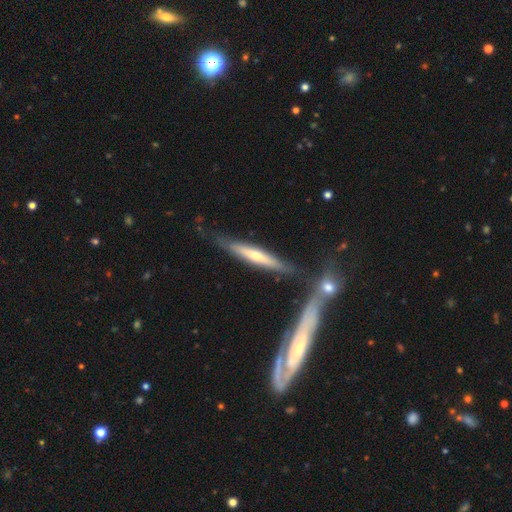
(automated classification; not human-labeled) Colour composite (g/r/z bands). It shows a featured or disk galaxy (66%) viewed edge-on (87%) with a rounded central bulge (60%). Merging: none (66%).